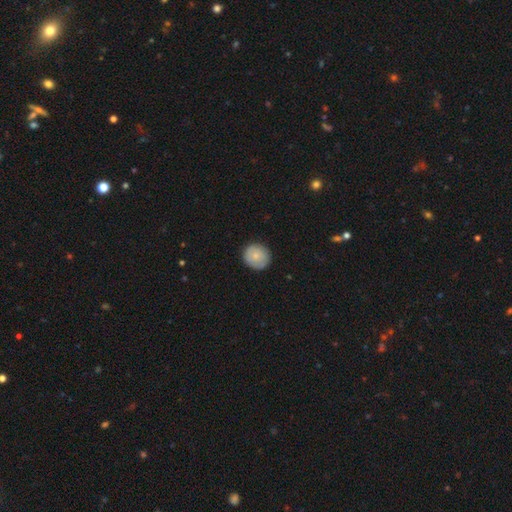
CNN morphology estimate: smooth-or-featured: smooth: 78% | featured or disk: 15% | star or artifact: 7%
  how-rounded: round: 91% | in between: 8% | cigar-shaped: 1%
  merging: none: 87% | minor disturbance: 10% | major disturbance: 2% | merger: 1%